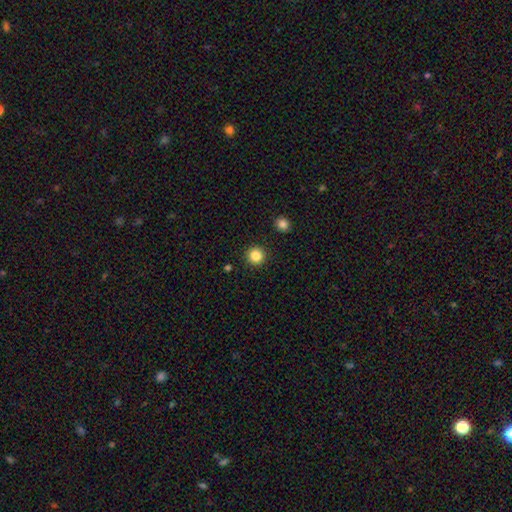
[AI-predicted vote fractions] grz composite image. It shows a smooth galaxy with no disk features (85%) that is round (95%). Merging: none (92%).